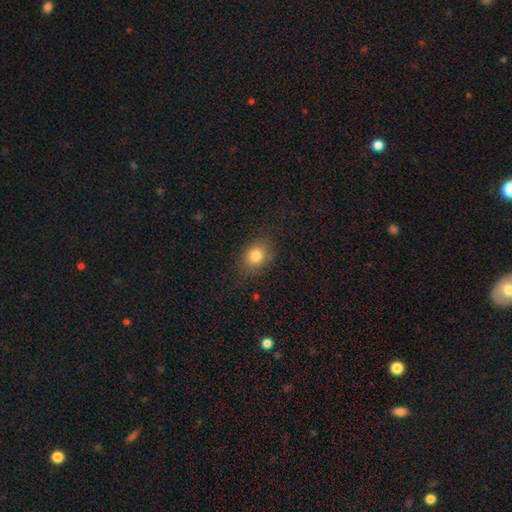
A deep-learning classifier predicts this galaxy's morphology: smooth-or-featured: smooth: 81% | star or artifact: 11% | featured or disk: 8%
  how-rounded: in between: 58% | round: 41% | cigar-shaped: 1%
  merging: none: 83% | minor disturbance: 13% | major disturbance: 4% | merger: 1%